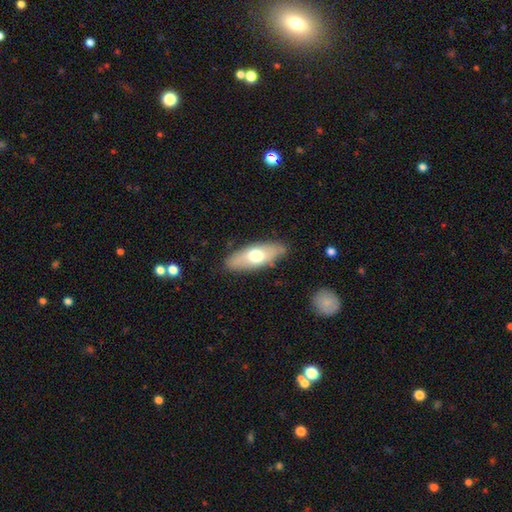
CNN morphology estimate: smooth_or_featured: smooth (p=0.62) [alt: featured or disk p=0.32]
how_rounded: in between (p=0.74) [alt: cigar-shaped p=0.23]
merging: none (p=0.84) [alt: minor disturbance p=0.12]